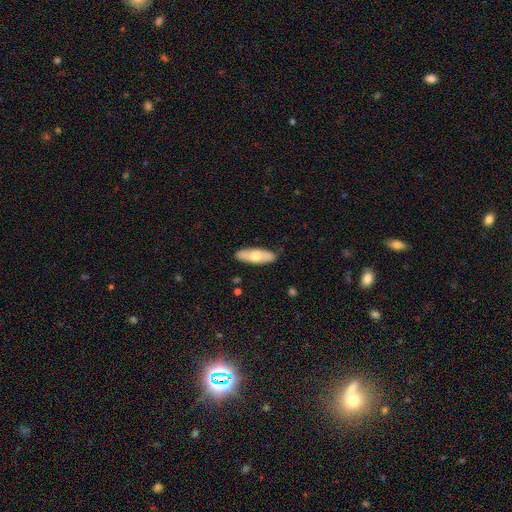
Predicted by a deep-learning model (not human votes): Morphology: type=smooth (64%); roundness=in between (62%); merging=none (86%).